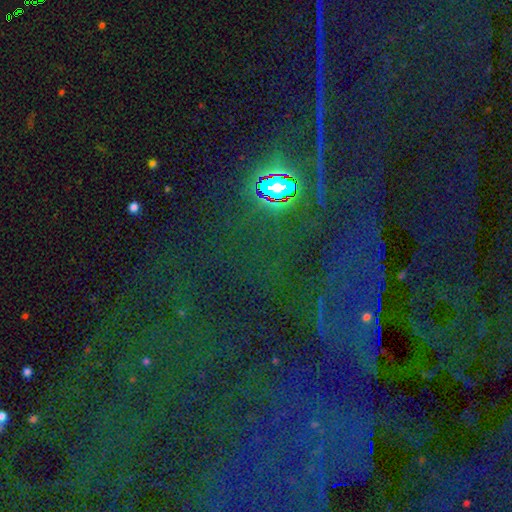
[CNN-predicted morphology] Smooth or featured? Predicted: star or artifact (p=0.86).